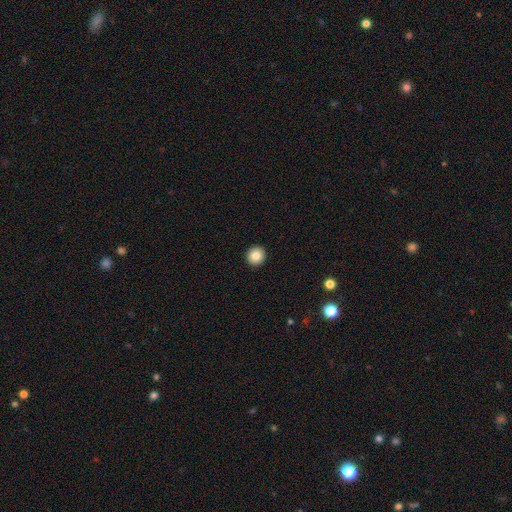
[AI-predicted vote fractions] A smooth galaxy with no disk features (84%) that is round (94%).

Vote fractions:
- Smooth or featured? smooth: 84% / star or artifact: 9% / featured or disk: 7%
- How rounded? round: 94% / in between: 5% / cigar-shaped: 1%
- Merging? none: 94% / minor disturbance: 4% / major disturbance: 1% / merger: 1%